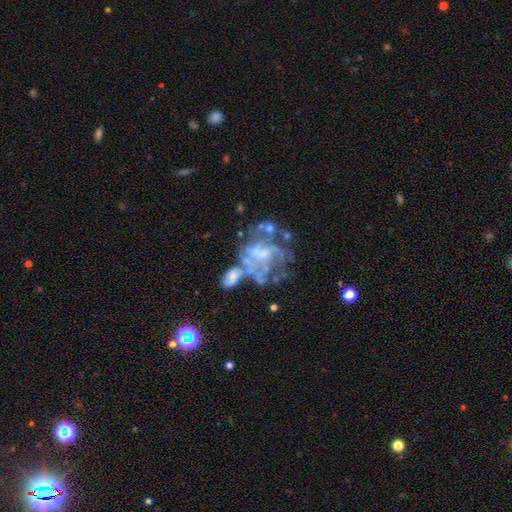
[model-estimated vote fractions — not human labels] This is likely a featured or disk galaxy (70%). It is clearly not viewed edge-on (97%). Bar: likely no (72%). Spiral arm pattern: likely no (69%). Central bulge: marginally none (44%). Merging: marginally none (31%).